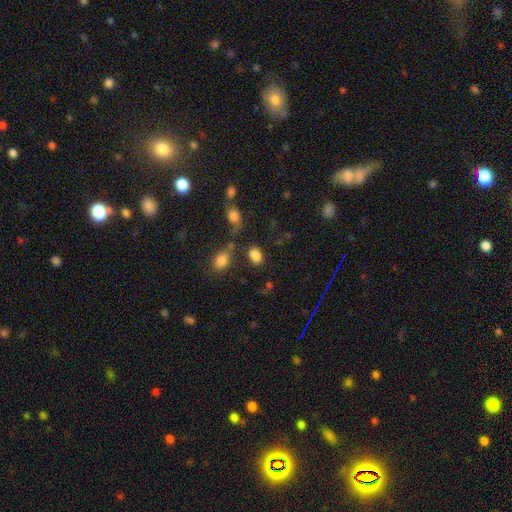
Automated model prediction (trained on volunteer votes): Smooth or featured: smooth — 85% (star or artifact — 10%)
How rounded: in between — 80% (round — 18%)
Merging: none — 72% (minor disturbance — 14%)